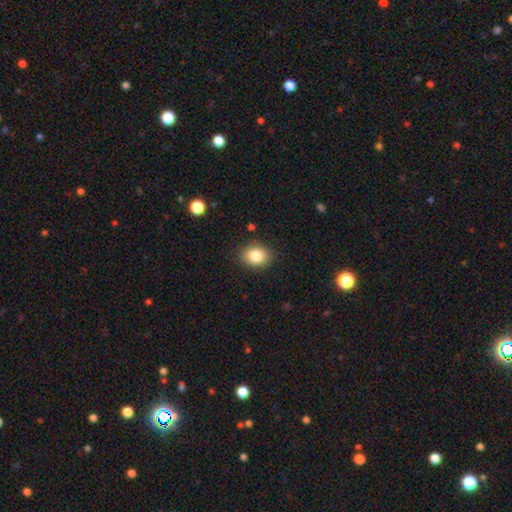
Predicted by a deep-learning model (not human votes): This appears to be a smooth galaxy with no disk features (84%) that is in between round and cigar-shaped (53%). Merging: none (88%).